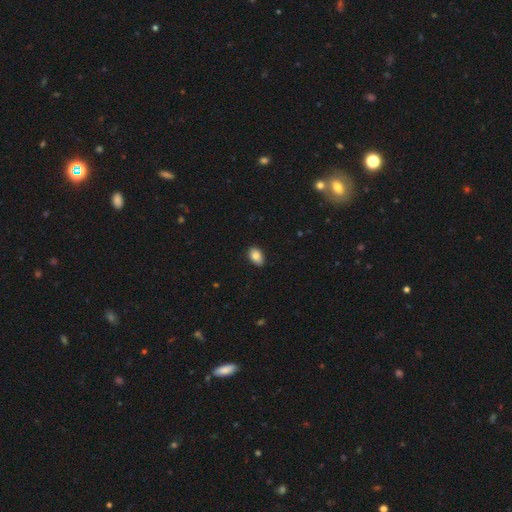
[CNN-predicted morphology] Smooth or featured? smooth (84%)
How rounded? in between (87%)
Merging? none (86%)